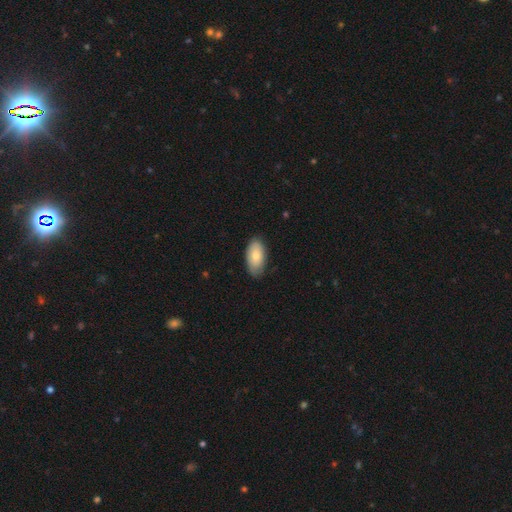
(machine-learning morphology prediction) type=smooth (79%); roundness=in between (94%); merging=none (80%).